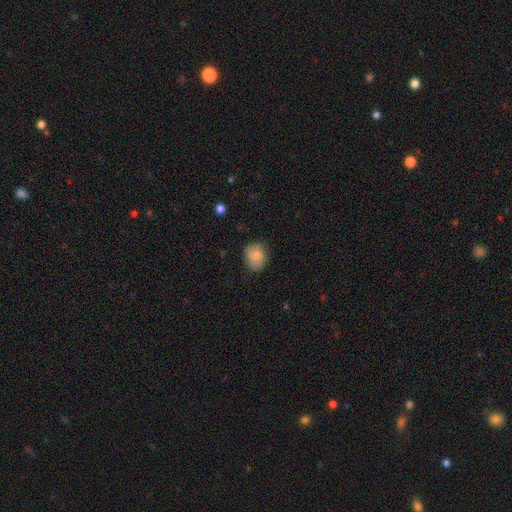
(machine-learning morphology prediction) smooth 80%, featured or disk 12%, star or artifact 8%. Down the decision tree: how rounded — round (59%); merging — none (69%).